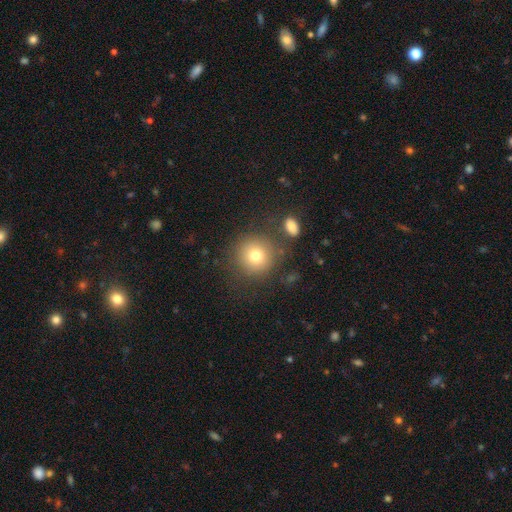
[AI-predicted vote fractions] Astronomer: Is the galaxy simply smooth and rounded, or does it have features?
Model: smooth — 76%.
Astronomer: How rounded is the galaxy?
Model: round — 92%.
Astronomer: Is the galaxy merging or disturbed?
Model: none — 79%.